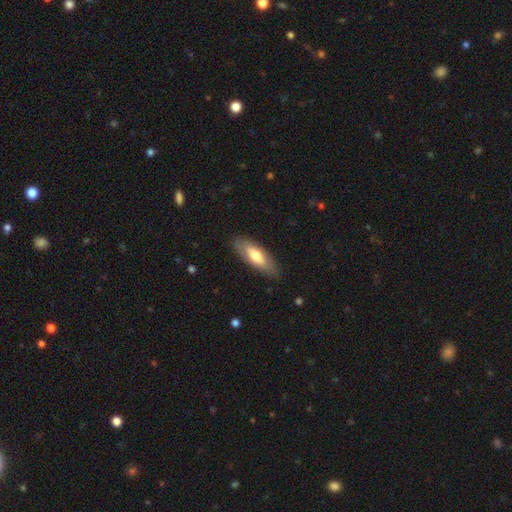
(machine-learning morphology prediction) smooth-or-featured: smooth: 63% | featured or disk: 32% | star or artifact: 5%
  how-rounded: in between: 69% | cigar-shaped: 29% | round: 2%
  merging: none: 83% | minor disturbance: 13% | major disturbance: 3% | merger: 1%